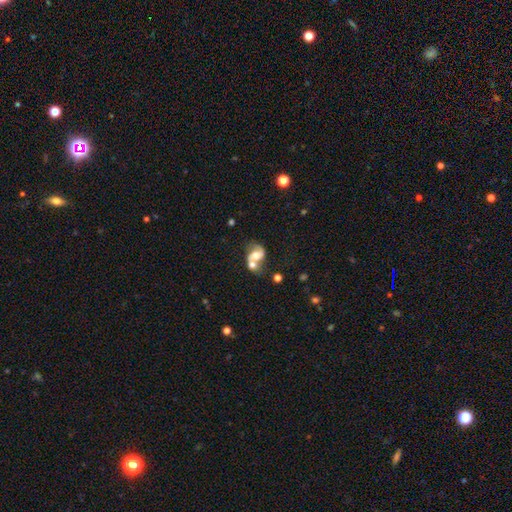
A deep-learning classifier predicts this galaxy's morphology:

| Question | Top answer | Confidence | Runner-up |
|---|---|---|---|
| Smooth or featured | featured or disk | 62% | smooth (29%) |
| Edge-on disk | no | 97% | yes (3%) |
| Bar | no | 57% | weak (32%) |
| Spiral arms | yes | 83% | no (17%) |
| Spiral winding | loose | 46% | medium (42%) |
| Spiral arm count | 2 | 80% | 1 (12%) |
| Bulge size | moderate | 45% | large (22%) |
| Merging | merger | 54% | none (25%) |